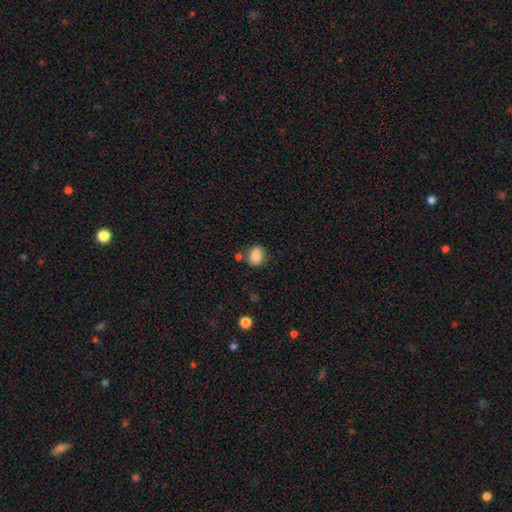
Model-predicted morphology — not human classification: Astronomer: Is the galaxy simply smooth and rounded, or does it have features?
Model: smooth — 85%.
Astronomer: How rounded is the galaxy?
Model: round — 61% (runner-up: in between, 38%).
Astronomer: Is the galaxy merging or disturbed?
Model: none — 72%.